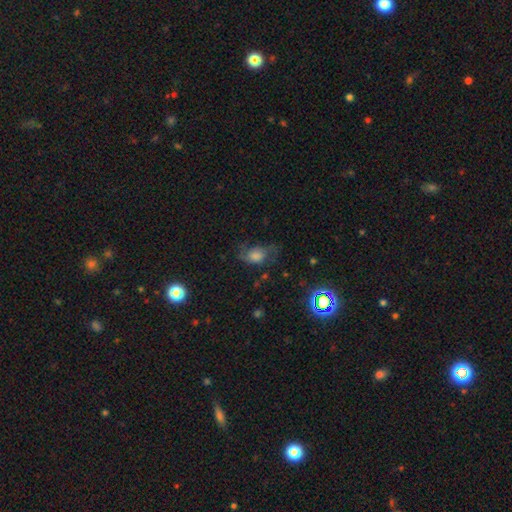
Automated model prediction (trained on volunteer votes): This appears to be a smooth galaxy with no disk features (45%). Merging: none (51%).